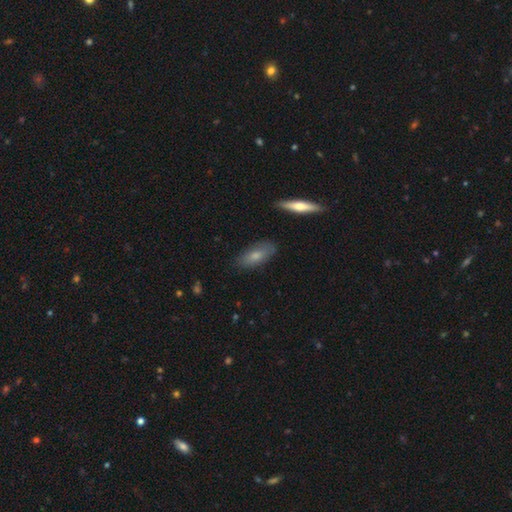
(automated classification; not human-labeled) Smooth or featured: smooth — 72% (featured or disk — 21%)
How rounded: in between — 76% (cigar-shaped — 21%)
Merging: none — 80% (minor disturbance — 15%)